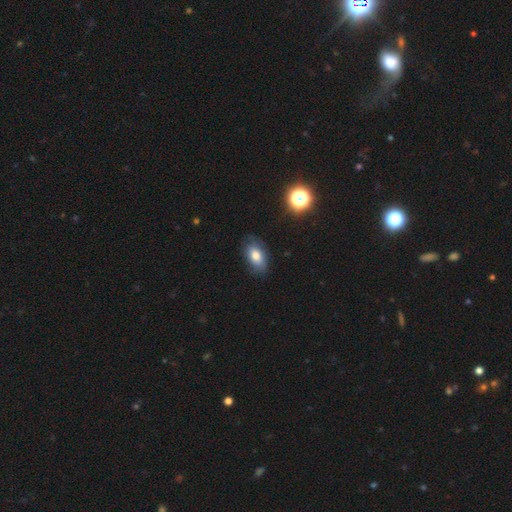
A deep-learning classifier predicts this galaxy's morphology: A smooth galaxy with no disk features (77%) that is in between round and cigar-shaped (91%). Merging: none (77%).